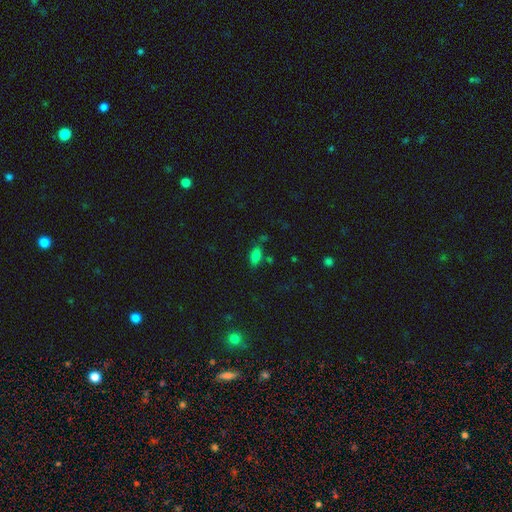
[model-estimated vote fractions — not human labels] Smooth or featured: smooth — 78% (star or artifact — 14%)
How rounded: in between — 85% (cigar-shaped — 10%)
Merging: none — 68% (minor disturbance — 18%)